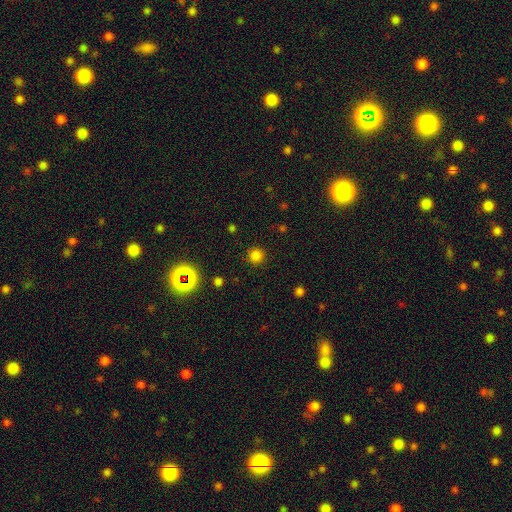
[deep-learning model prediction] Smooth or featured? smooth (79%)
How rounded? round (94%)
Merging? none (90%)